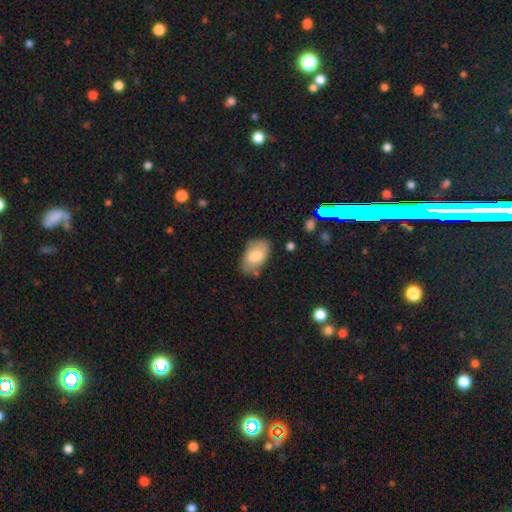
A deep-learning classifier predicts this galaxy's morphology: type=smooth (78%); roundness=in between (93%); merging=none (72%).